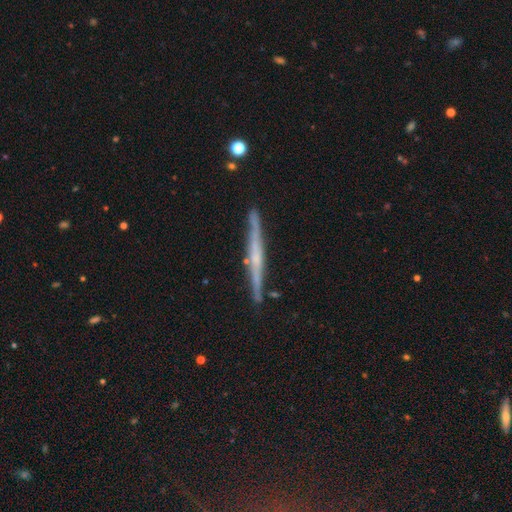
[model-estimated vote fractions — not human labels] Smooth or featured?
  - featured or disk: 72% *
  - smooth: 21%
  - star or artifact: 6%
Edge-on disk?
  - yes: 97% *
  - no: 3%
Edge-on bulge?
  - none: 49% *
  - rounded: 41%
  - boxy: 10%
Merging?
  - none: 88% *
  - minor disturbance: 9%
  - merger: 2%
  - major disturbance: 2%